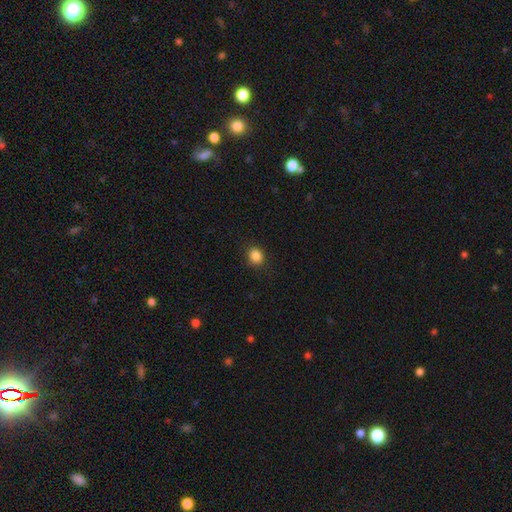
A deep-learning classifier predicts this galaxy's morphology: type=smooth (86%); roundness=round (72%); merging=none (89%).